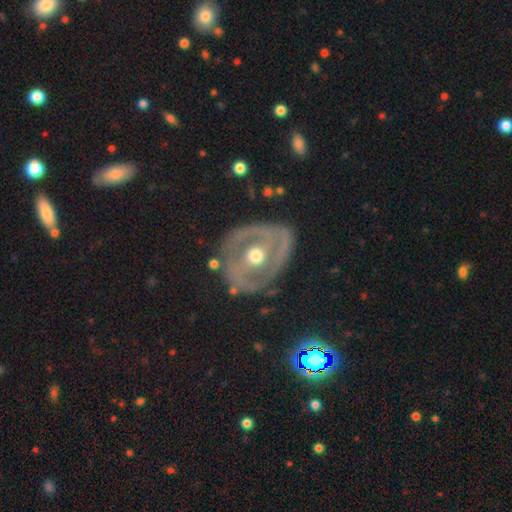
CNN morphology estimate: Overall: featured or disk (75%). Edge-on disk: no (95%). Bar: no (66%). Spiral arms: no (60%; yes 40%). Bulge size: moderate (79%). Merging: none (72%).